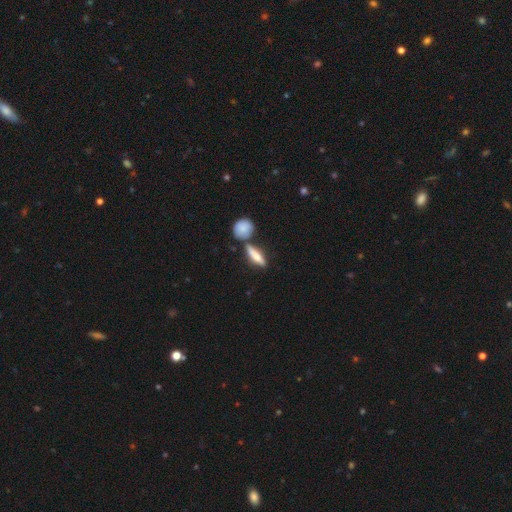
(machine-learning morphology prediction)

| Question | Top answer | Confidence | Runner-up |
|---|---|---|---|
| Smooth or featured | smooth | 68% | featured or disk (25%) |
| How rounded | cigar-shaped | 54% | in between (40%) |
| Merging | none | 62% | merger (21%) |